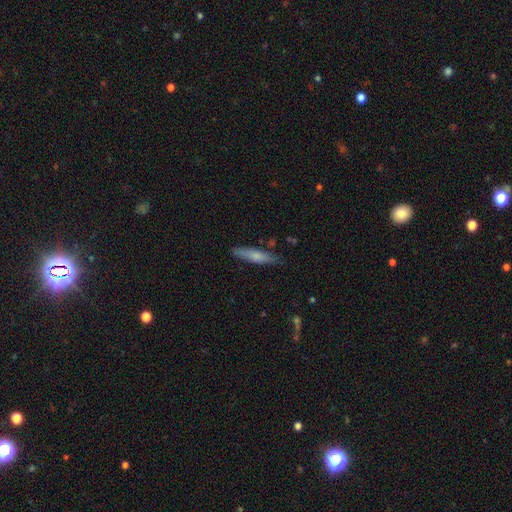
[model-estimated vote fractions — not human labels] The model was most divided on "smooth or featured": smooth: 62%, featured or disk: 32%, star or artifact: 6%. More confident: how rounded — cigar-shaped (87%); merging — none (83%).